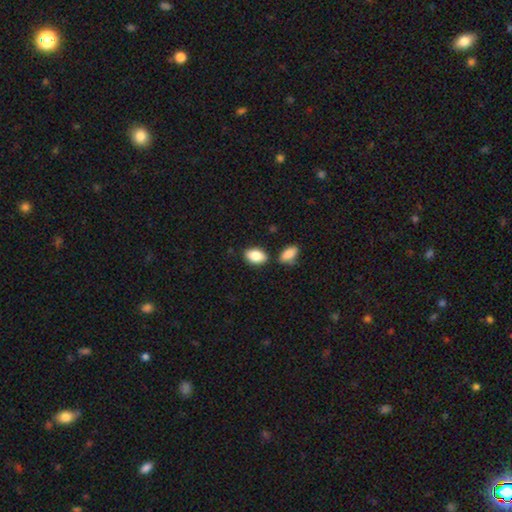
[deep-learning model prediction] The model was most divided on "merging": none: 74%, minor disturbance: 12%, merger: 10%, major disturbance: 3%. More confident: how rounded — in between (91%); smooth or featured — smooth (86%).